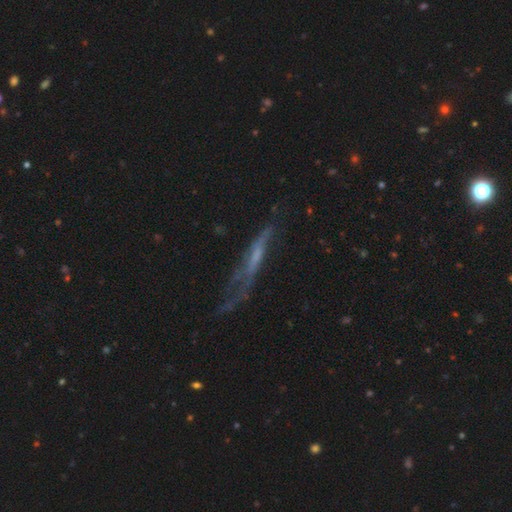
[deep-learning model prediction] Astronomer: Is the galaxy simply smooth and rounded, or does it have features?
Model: featured or disk — 62%.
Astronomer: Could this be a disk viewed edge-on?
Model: yes — 61% (runner-up: no, 39%).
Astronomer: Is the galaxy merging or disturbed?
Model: none — 40% (runner-up: major disturbance, 33%).